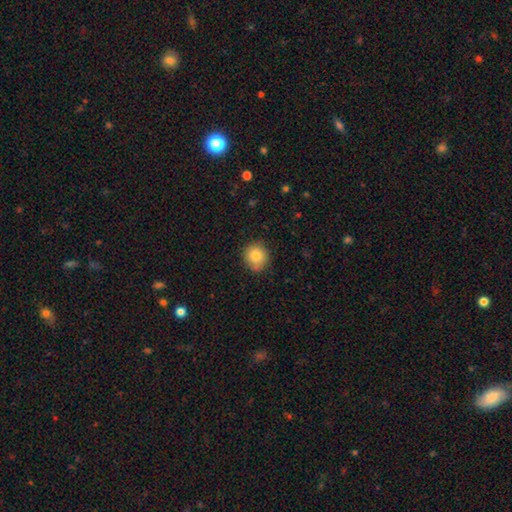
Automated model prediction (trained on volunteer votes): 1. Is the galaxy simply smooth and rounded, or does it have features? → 82% smooth, 10% star or artifact, 8% featured or disk.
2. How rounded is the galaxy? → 87% round, 13% in between, 1% cigar-shaped.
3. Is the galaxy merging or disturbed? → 81% none, 14% minor disturbance, 3% major disturbance, 2% merger.